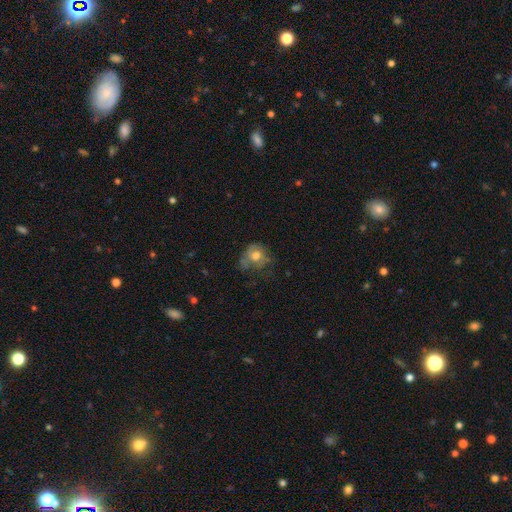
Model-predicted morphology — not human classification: smooth_or_featured: smooth (p=0.60) [alt: featured or disk p=0.29]
how_rounded: round (p=0.68) [alt: in between p=0.31]
merging: none (p=0.41) [alt: minor disturbance p=0.28]